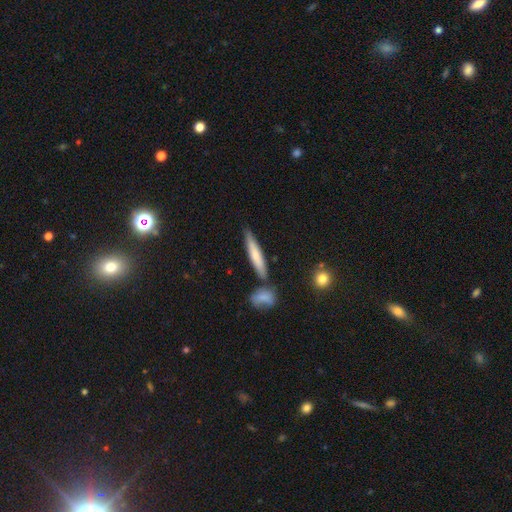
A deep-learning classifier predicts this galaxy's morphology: A smooth galaxy with no disk features (68%) that is cigar-shaped (89%). Merging: none (74%).